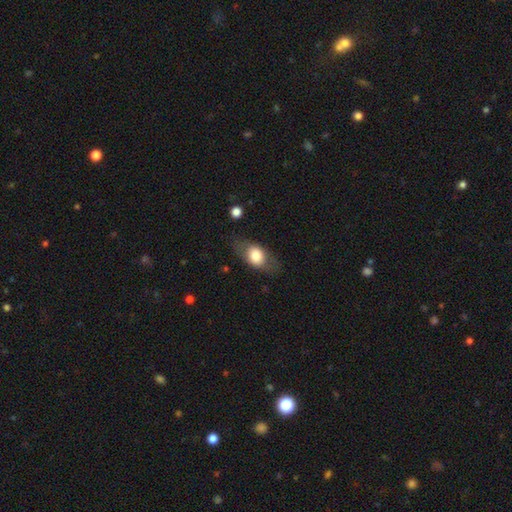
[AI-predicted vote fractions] smooth_or_featured: smooth (p=0.68) [alt: featured or disk p=0.25]
how_rounded: in between (p=0.78) [alt: round p=0.17]
merging: none (p=0.73) [alt: minor disturbance p=0.17]